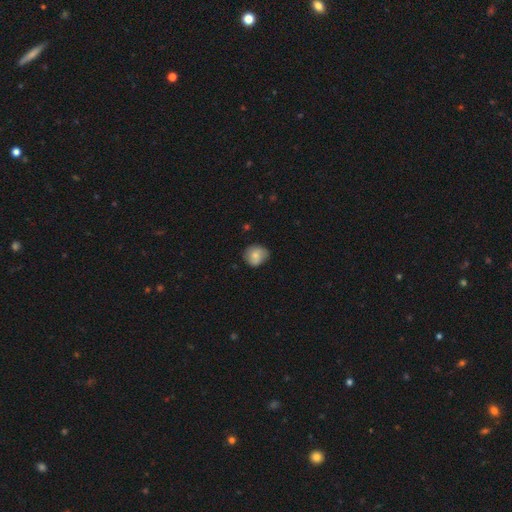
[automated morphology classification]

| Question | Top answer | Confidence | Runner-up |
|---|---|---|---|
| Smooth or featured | smooth | 73% | featured or disk (19%) |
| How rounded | round | 77% | in between (22%) |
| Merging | none | 64% | minor disturbance (29%) |